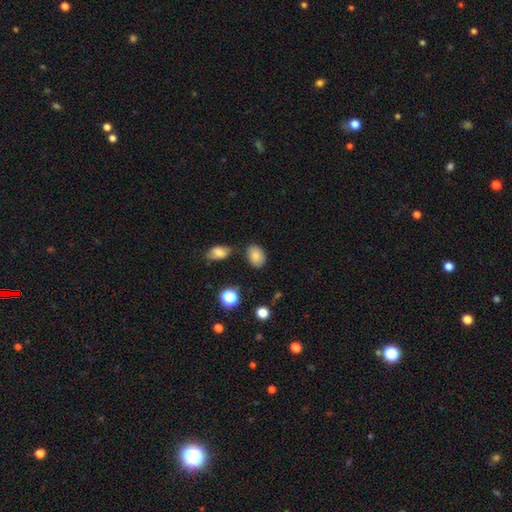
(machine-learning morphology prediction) A smooth galaxy with no disk features (83%) that is in between round and cigar-shaped (77%).

Vote fractions:
- Smooth or featured? smooth: 83% / star or artifact: 10% / featured or disk: 7%
- How rounded? in between: 77% / round: 22% / cigar-shaped: 1%
- Merging? none: 73% / minor disturbance: 17% / merger: 6% / major disturbance: 4%